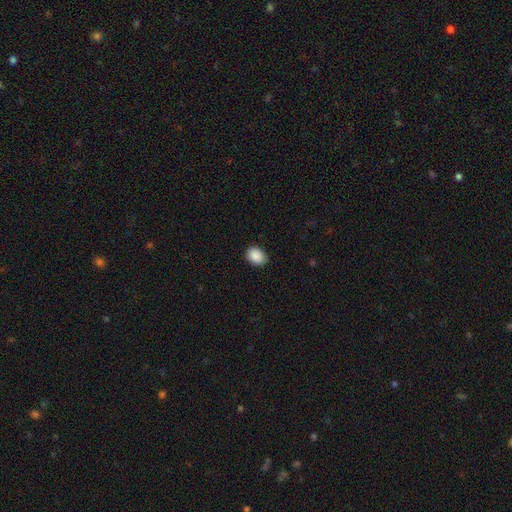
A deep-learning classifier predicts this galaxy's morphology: A smooth galaxy with no disk features (90%) that is in between round and cigar-shaped (72%).

Vote fractions:
- Smooth or featured? smooth: 90% / star or artifact: 7% / featured or disk: 3%
- How rounded? in between: 72% / round: 27% / cigar-shaped: 1%
- Merging? none: 86% / minor disturbance: 11% / major disturbance: 2% / merger: 1%